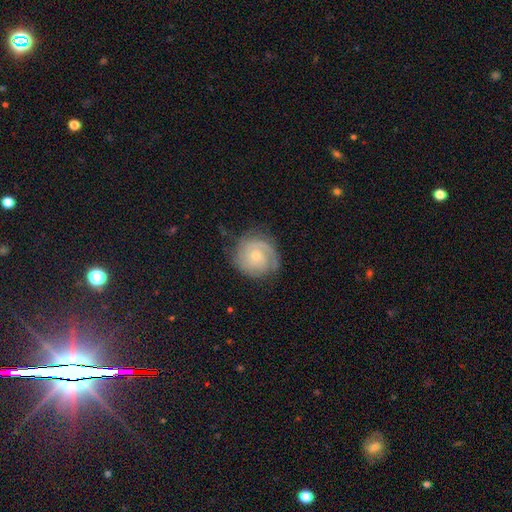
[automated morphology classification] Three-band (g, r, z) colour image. It shows a featured or disk galaxy (80%) with no bar (74%), 2 (40%) tight (68%) spiral arms (96%) and a small central bulge (66%). Merging: none (77%).